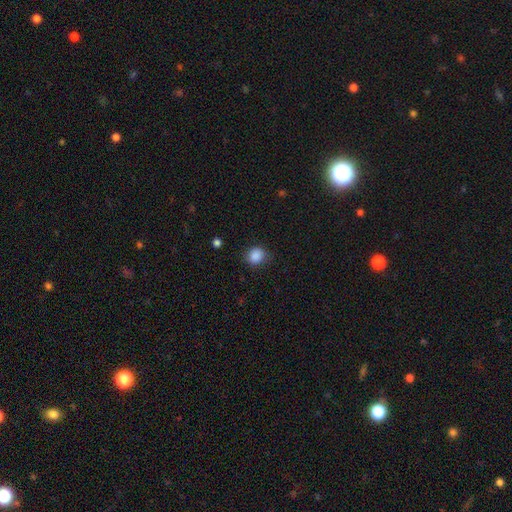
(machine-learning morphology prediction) Q: Smooth or featured?
A: smooth (87%); runner-up: star or artifact (10%)
Q: How rounded?
A: round (76%); runner-up: in between (23%)
Q: Merging?
A: none (78%); runner-up: minor disturbance (17%)